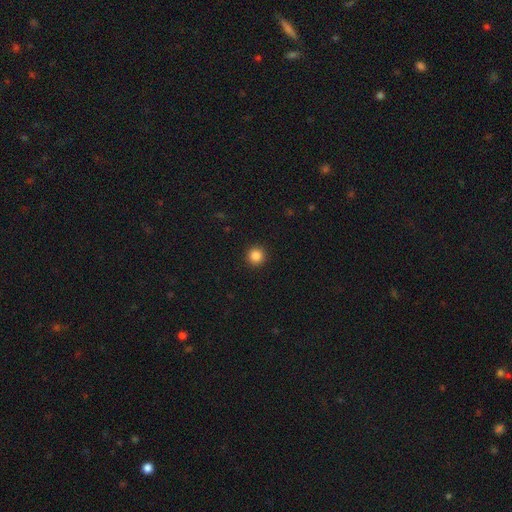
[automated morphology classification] smooth-or-featured: smooth: 86% | star or artifact: 11% | featured or disk: 3%
  how-rounded: round: 96% | in between: 3% | cigar-shaped: 1%
  merging: none: 93% | minor disturbance: 4% | major disturbance: 2% | merger: 1%